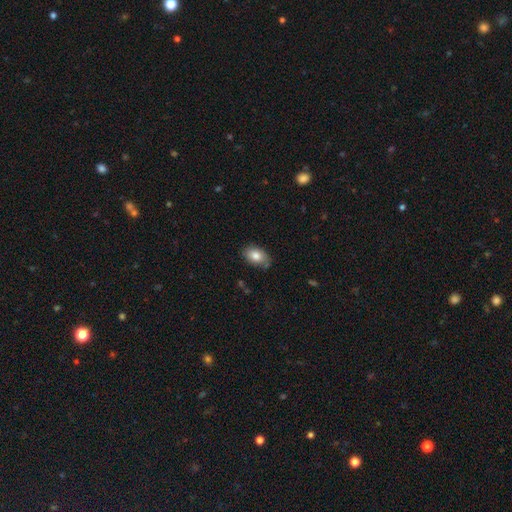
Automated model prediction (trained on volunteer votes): The model was most divided on "merging": none: 75%, minor disturbance: 20%, major disturbance: 3%, merger: 2%. More confident: how rounded — in between (89%); smooth or featured — smooth (82%).